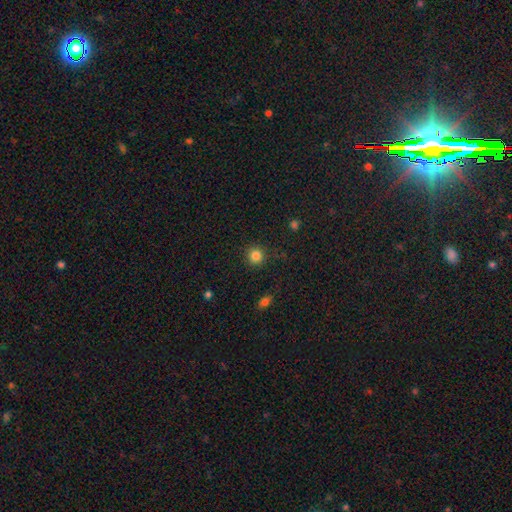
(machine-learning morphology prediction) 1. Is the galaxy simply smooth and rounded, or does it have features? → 84% smooth, 12% star or artifact, 4% featured or disk.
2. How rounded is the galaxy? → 94% round, 5% in between, 1% cigar-shaped.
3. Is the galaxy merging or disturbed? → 89% none, 7% minor disturbance, 3% major disturbance, 1% merger.